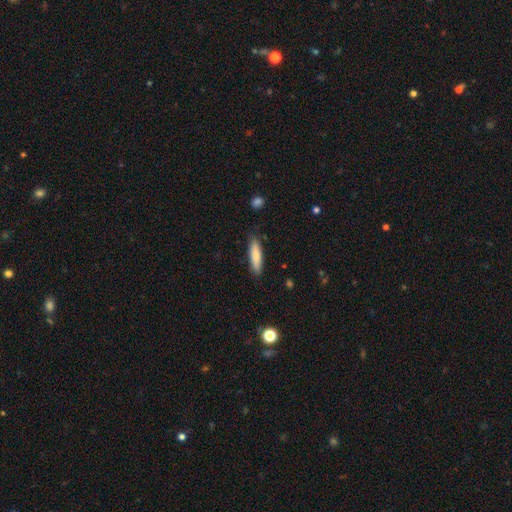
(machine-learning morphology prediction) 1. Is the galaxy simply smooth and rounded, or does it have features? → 82% smooth, 12% featured or disk, 6% star or artifact.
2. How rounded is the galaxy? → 74% cigar-shaped, 25% in between, 1% round.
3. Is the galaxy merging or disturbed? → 86% none, 11% minor disturbance, 2% major disturbance, 1% merger.